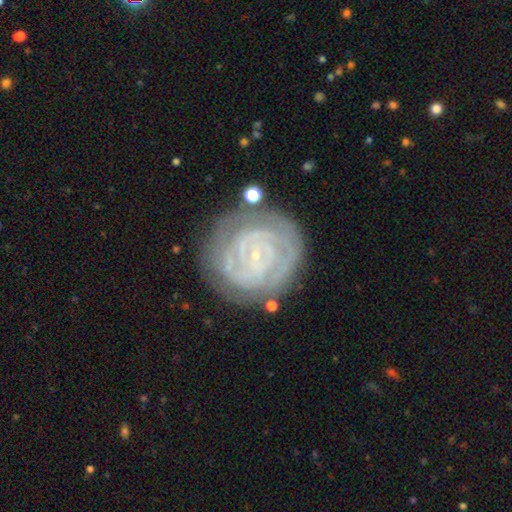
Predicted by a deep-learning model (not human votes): A featured or disk galaxy (85%) with no bar (62%), 2 (31%) tight (84%) spiral arms (95%) and a small central bulge (87%).

Vote fractions:
- Smooth or featured? featured or disk: 85% / smooth: 9% / star or artifact: 6%
- Edge-on disk? no: 98% / yes: 2%
- Bar? no: 62% / weak: 27% / strong: 11%
- Spiral arms? yes: 95% / no: 5%
- Spiral winding? tight: 84% / medium: 13% / loose: 3%
- Spiral arm count? 2: 31% / can't tell: 27% / 3: 19% / 4: 11% / more than 4: 6% / 1: 6%
- Bulge size? small: 87% / moderate: 6% / none: 5% / large: 1% / dominant: 1%
- Merging? none: 76% / minor disturbance: 16% / major disturbance: 6% / merger: 3%